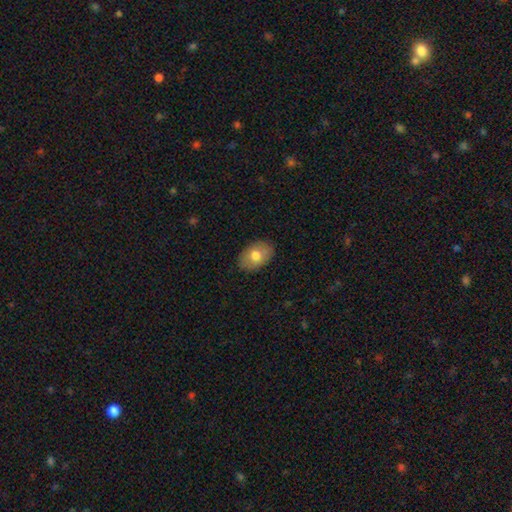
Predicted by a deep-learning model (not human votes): This appears to be a smooth galaxy with no disk features (75%) that is in between round and cigar-shaped (86%). Merging: none (87%).